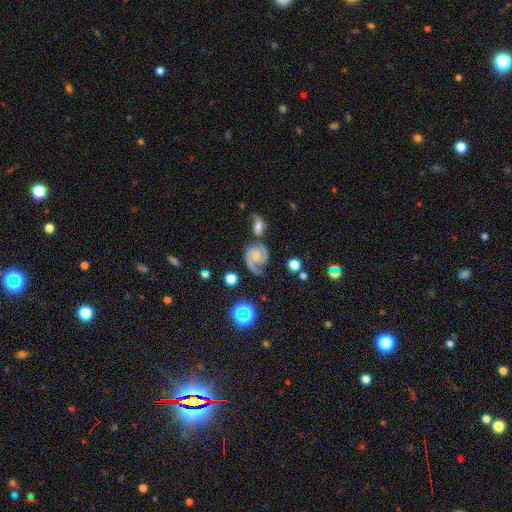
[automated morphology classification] smooth_or_featured: featured or disk (p=0.85) [alt: star or artifact p=0.08]
disk_edge_on: no (p=0.98) [alt: yes p=0.02]
bar: no (p=0.68) [alt: weak p=0.26]
has_spiral_arms: yes (p=0.97) [alt: no p=0.03]
spiral_winding: medium (p=0.44) [tied with: tight p=0.44]
spiral_arm_count: 2 (p=0.62) [alt: 1 p=0.23]
bulge_size: small (p=0.48) [alt: moderate p=0.46]
merging: none (p=0.49) [alt: minor disturbance p=0.20]